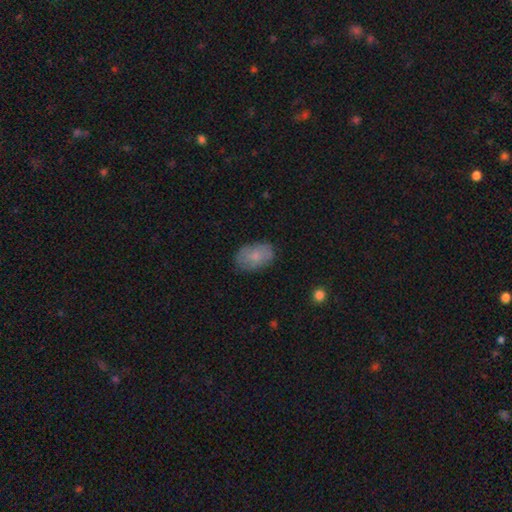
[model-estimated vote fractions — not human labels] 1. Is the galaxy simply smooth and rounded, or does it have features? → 76% smooth, 17% featured or disk, 7% star or artifact.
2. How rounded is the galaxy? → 89% in between, 10% round, 1% cigar-shaped.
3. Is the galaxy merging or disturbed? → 79% none, 16% minor disturbance, 4% major disturbance, 1% merger.